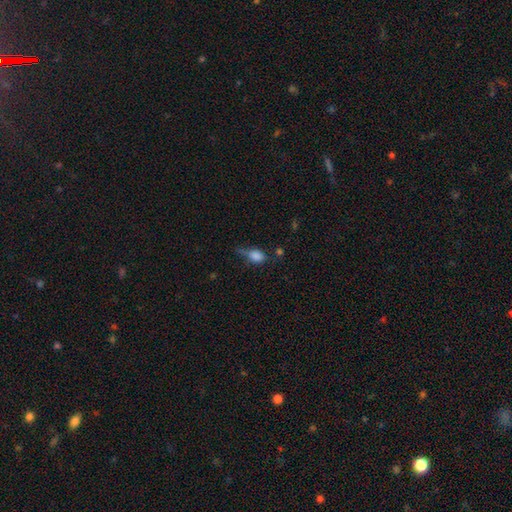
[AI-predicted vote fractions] This appears to be a smooth galaxy with no disk features (76%) that is in between round and cigar-shaped (70%). Merging: minor disturbance (36%).